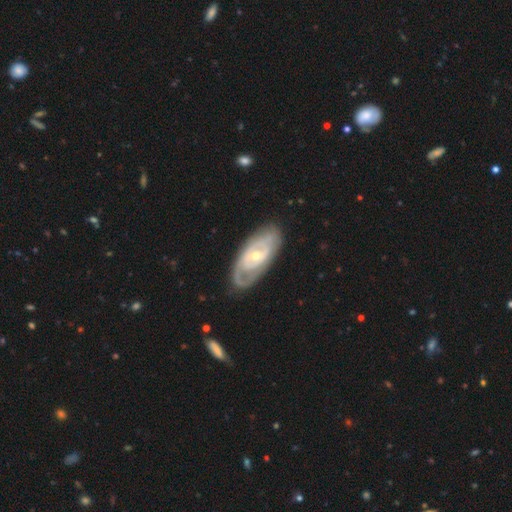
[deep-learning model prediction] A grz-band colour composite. It shows a featured or disk galaxy (79%) with no bar (68%), tight (65%) spiral arms (73%) and a small central bulge (55%). Merging: none (75%).